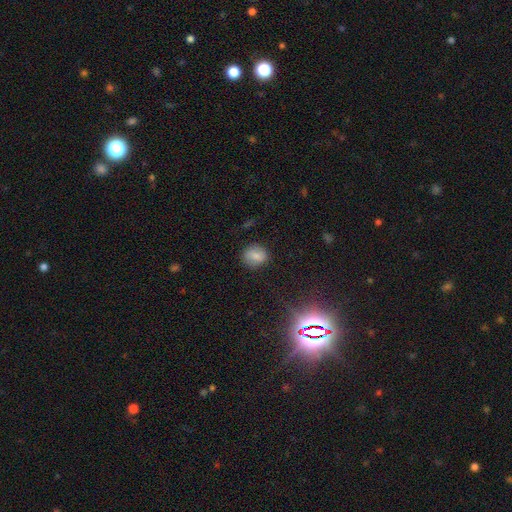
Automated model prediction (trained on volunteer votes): Q: Smooth or featured?
A: smooth (78%); runner-up: star or artifact (12%)
Q: How rounded?
A: round (59%); runner-up: in between (40%)
Q: Merging?
A: none (83%); runner-up: minor disturbance (12%)